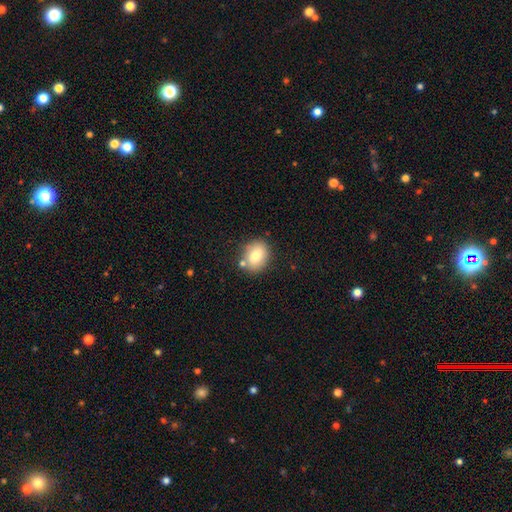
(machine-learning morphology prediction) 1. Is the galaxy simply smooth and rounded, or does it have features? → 75% smooth, 16% featured or disk, 9% star or artifact.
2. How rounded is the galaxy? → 50% round, 49% in between, 1% cigar-shaped.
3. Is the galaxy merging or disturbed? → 75% none, 13% minor disturbance, 9% merger, 3% major disturbance.